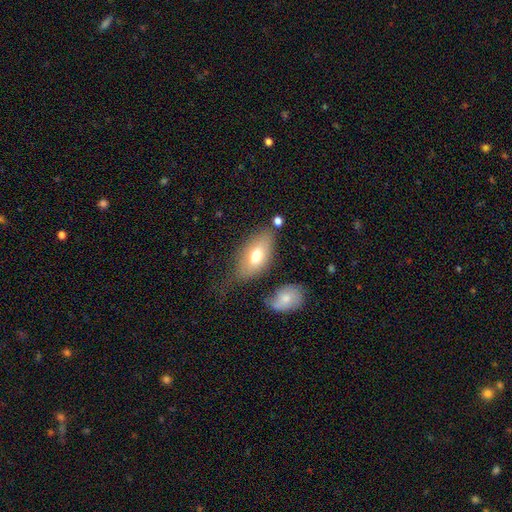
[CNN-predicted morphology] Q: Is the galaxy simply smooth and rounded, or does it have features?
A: smooth — 70%.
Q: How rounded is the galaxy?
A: in between — 89%.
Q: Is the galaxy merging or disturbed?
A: none — 63%.